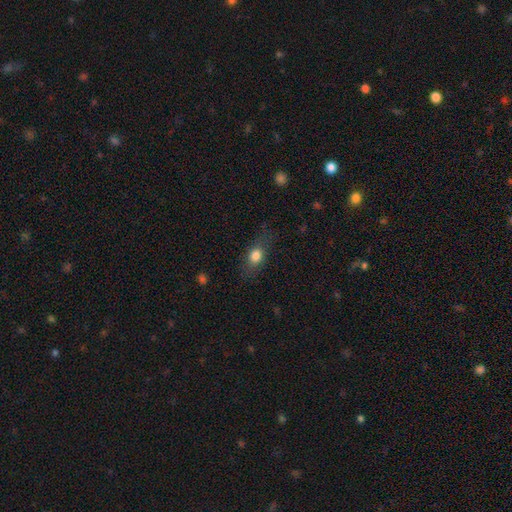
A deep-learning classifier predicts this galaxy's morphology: smooth 76%, featured or disk 15%, star or artifact 9%. Down the decision tree: how rounded — in between (66%); merging — none (74%).